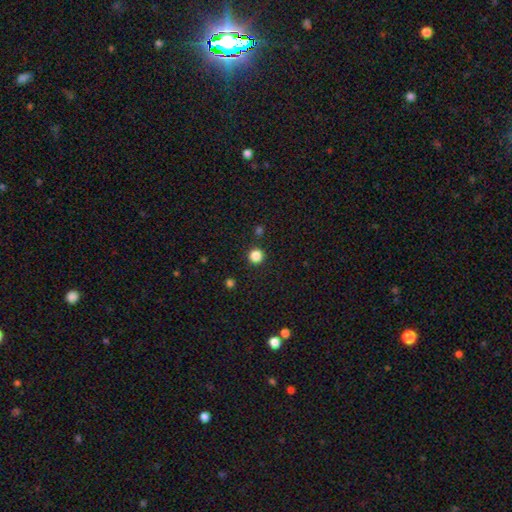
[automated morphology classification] A smooth galaxy with no disk features (85%) that is round (95%). Merging: none (91%).